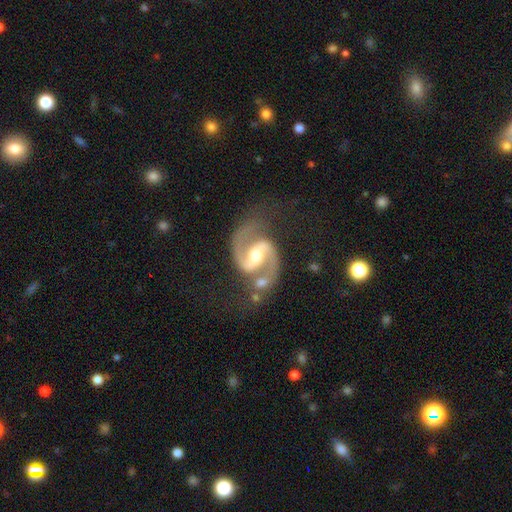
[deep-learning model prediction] Morphology: type=featured or disk (93%); edge-on=no (98%); bar=strong (41%); spiral arms=yes (98%); winding=medium (65%); arm count=2 (94%); bulge=moderate (63%); merging=none (62%).